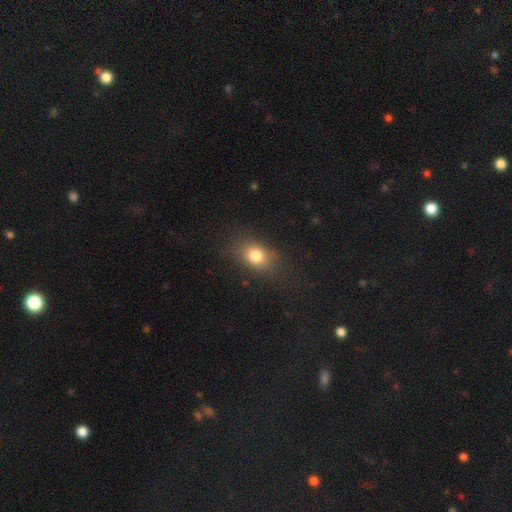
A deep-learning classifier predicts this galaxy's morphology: Smooth or featured?
  - smooth: 78% *
  - star or artifact: 11%
  - featured or disk: 11%
How rounded?
  - in between: 68% *
  - round: 31%
  - cigar-shaped: 2%
Merging?
  - none: 78% *
  - minor disturbance: 14%
  - major disturbance: 6%
  - merger: 1%